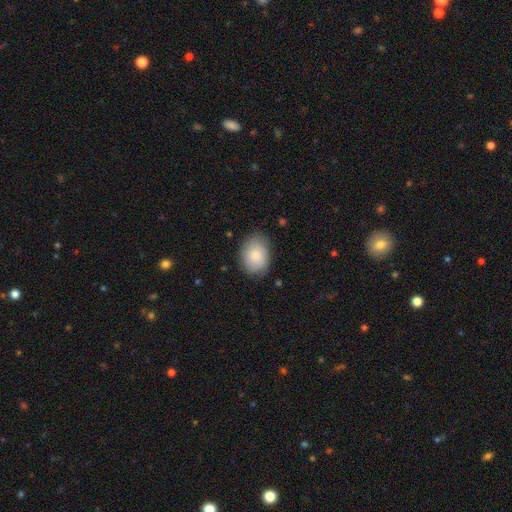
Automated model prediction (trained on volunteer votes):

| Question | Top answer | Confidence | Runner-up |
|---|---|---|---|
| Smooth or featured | smooth | 81% | featured or disk (13%) |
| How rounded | in between | 70% | round (29%) |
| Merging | none | 76% | minor disturbance (18%) |